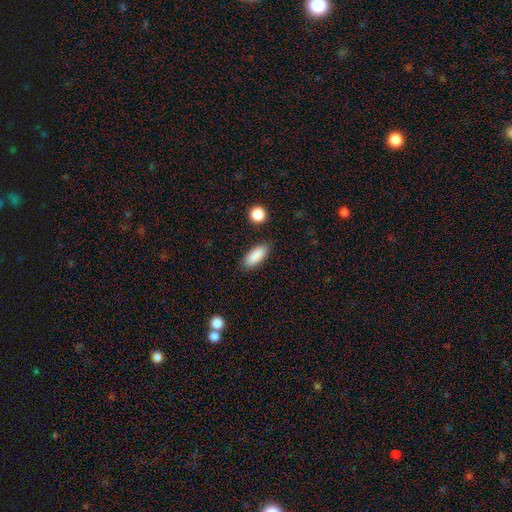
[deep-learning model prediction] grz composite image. It shows a smooth galaxy with no disk features (89%) that is in between round and cigar-shaped (77%). Merging: none (85%).